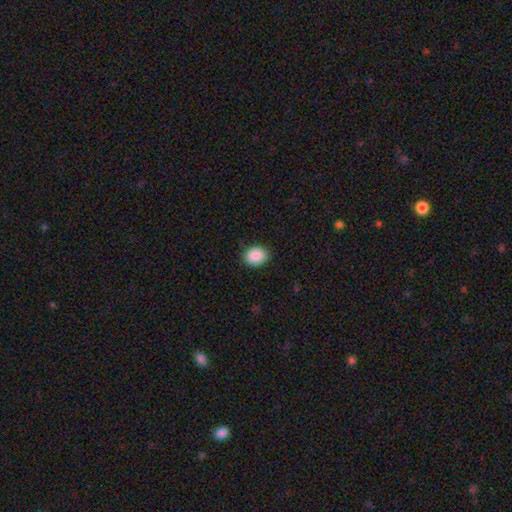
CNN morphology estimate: Q: Smooth or featured?
A: smooth (89%); runner-up: star or artifact (8%)
Q: How rounded?
A: in between (53%); runner-up: round (46%)
Q: Merging?
A: none (88%); runner-up: minor disturbance (9%)